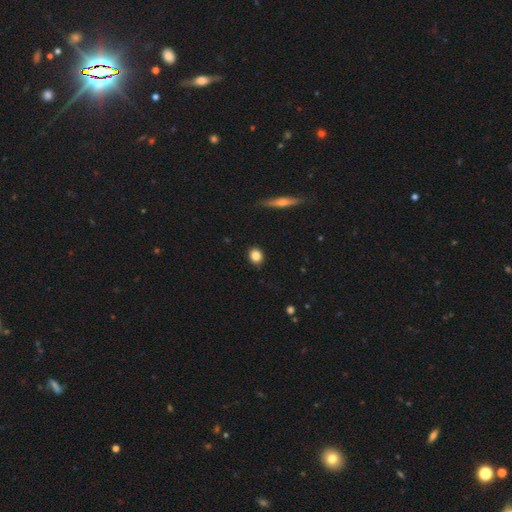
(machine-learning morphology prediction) Q: Smooth or featured?
A: smooth (84%); runner-up: star or artifact (9%)
Q: How rounded?
A: round (73%); runner-up: in between (25%)
Q: Merging?
A: none (89%); runner-up: minor disturbance (8%)